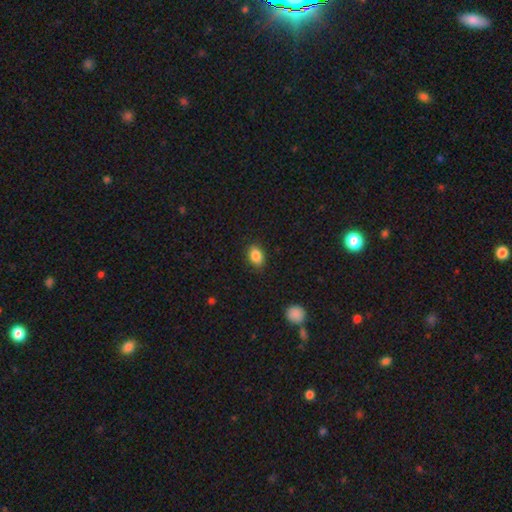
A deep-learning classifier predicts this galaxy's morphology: This appears to be a smooth galaxy with no disk features (86%) that is in between round and cigar-shaped (80%). Merging: none (85%).